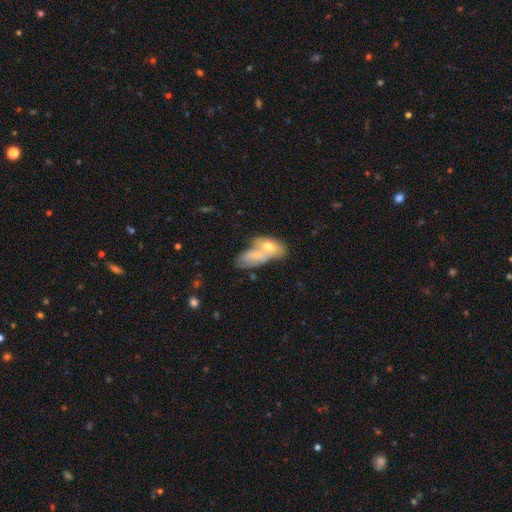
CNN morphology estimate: Overall: smooth (64%; featured or disk 29%). How rounded: in between (86%). Merging: merger (70%).